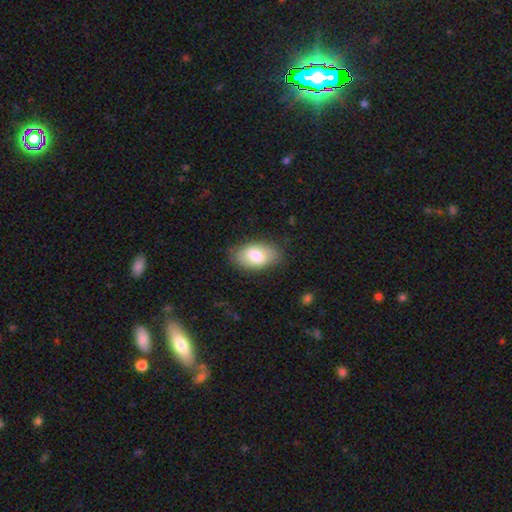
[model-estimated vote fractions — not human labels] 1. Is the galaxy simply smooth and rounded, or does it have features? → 74% smooth, 20% featured or disk, 6% star or artifact.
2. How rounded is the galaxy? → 93% in between, 5% round, 2% cigar-shaped.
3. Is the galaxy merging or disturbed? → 79% none, 16% minor disturbance, 5% major disturbance, 1% merger.